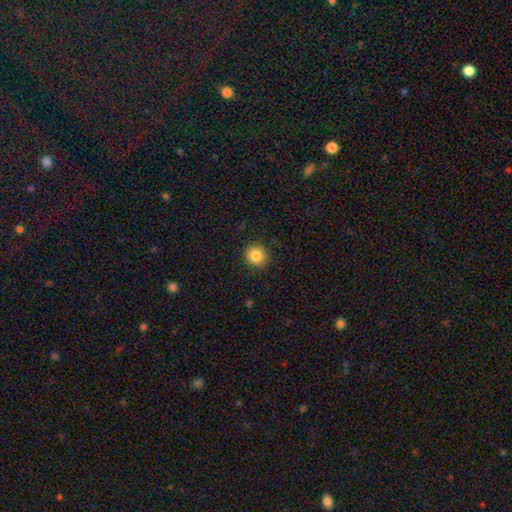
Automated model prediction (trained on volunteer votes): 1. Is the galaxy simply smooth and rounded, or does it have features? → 85% smooth, 10% star or artifact, 5% featured or disk.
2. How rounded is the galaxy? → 91% round, 9% in between, 1% cigar-shaped.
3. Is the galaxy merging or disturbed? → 91% none, 6% minor disturbance, 2% major disturbance, 1% merger.